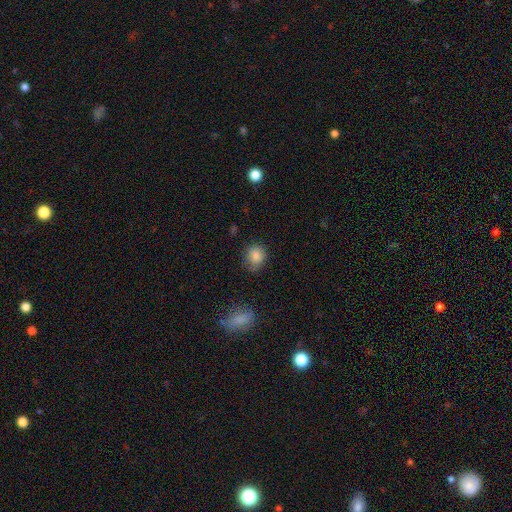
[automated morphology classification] This appears to be a smooth galaxy with no disk features (85%) that is round (71%). Merging: none (75%).